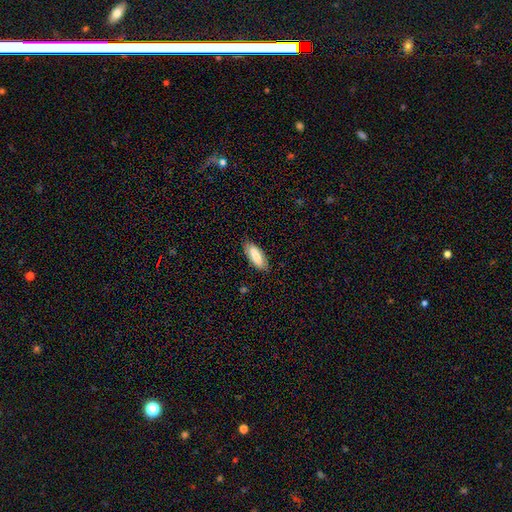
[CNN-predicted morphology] Smooth or featured? smooth (77%)
How rounded? in between (76%)
Merging? none (81%)